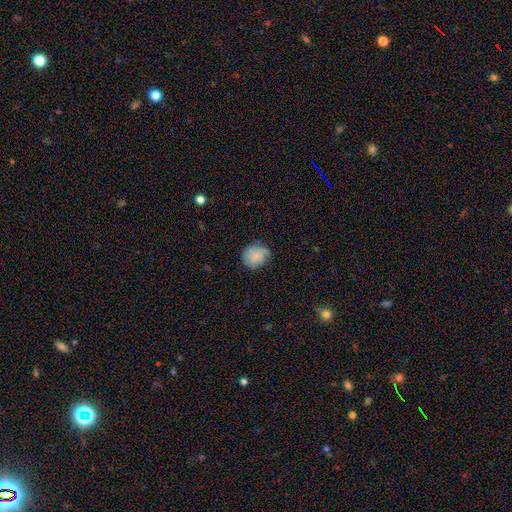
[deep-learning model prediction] Smooth or featured? Predicted: smooth (p=0.68). How rounded? Predicted: round (p=0.69). Merging? Predicted: none (p=0.61).